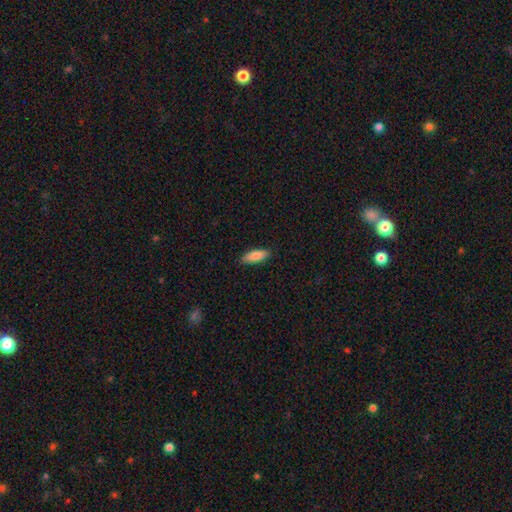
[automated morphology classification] Smooth or featured?
  - smooth: 85% *
  - featured or disk: 9%
  - star or artifact: 6%
How rounded?
  - in between: 62% *
  - cigar-shaped: 36%
  - round: 2%
Merging?
  - none: 88% *
  - minor disturbance: 9%
  - major disturbance: 2%
  - merger: 1%